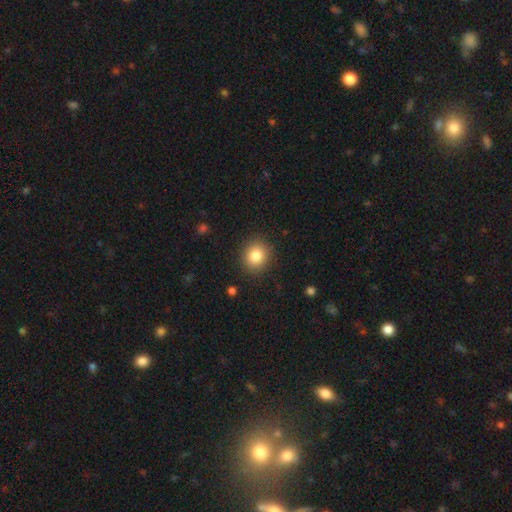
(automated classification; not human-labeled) A smooth galaxy with no disk features (84%) that is round (82%).

Vote fractions:
- Smooth or featured? smooth: 84% / star or artifact: 10% / featured or disk: 7%
- How rounded? round: 82% / in between: 17% / cigar-shaped: 1%
- Merging? none: 89% / minor disturbance: 7% / major disturbance: 3% / merger: 1%